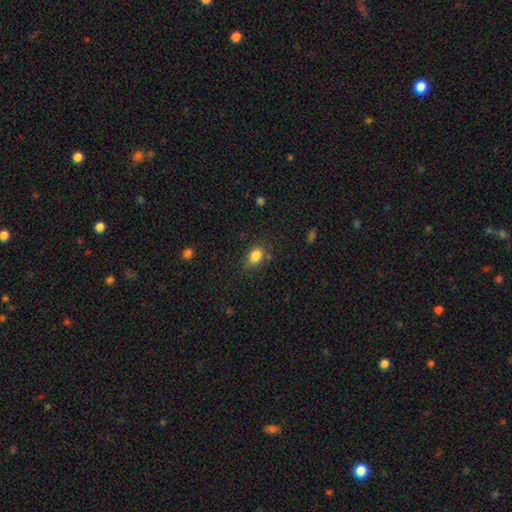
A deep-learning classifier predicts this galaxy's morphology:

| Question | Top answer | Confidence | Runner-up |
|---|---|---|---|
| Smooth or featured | smooth | 84% | star or artifact (10%) |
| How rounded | in between | 72% | round (26%) |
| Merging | none | 72% | minor disturbance (20%) |